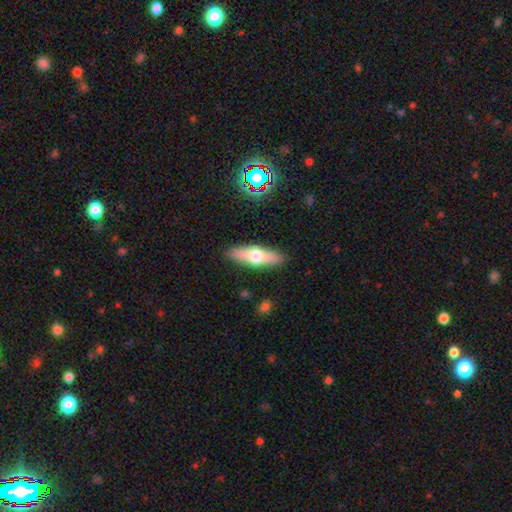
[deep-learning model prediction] smooth_or_featured: smooth (p=0.54) [alt: featured or disk p=0.39]
how_rounded: cigar-shaped (p=0.50) [alt: in between p=0.47]
merging: none (p=0.88) [alt: minor disturbance p=0.09]